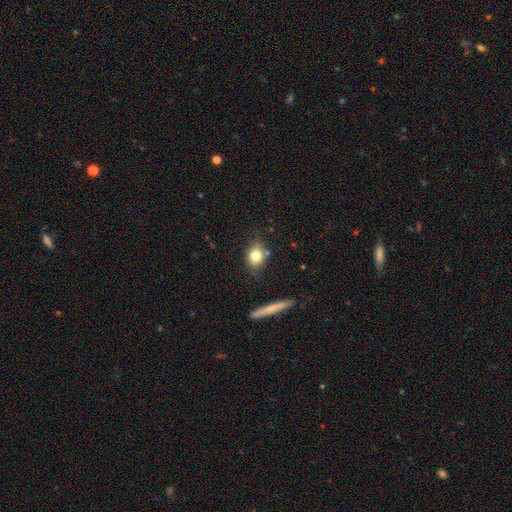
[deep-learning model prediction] This is likely a smooth galaxy (78%). How rounded: possibly in between (51%). Merging: likely none (74%).